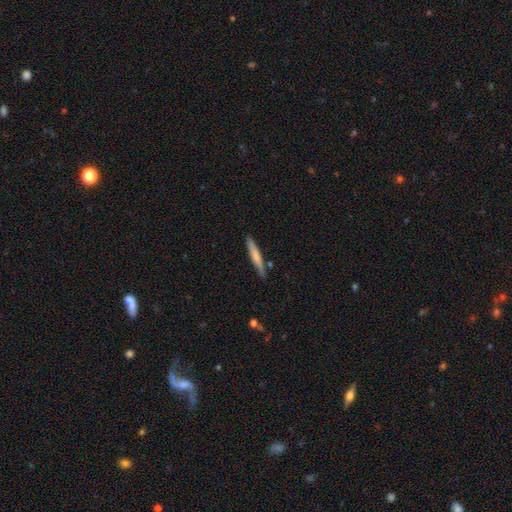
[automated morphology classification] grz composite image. It shows a smooth galaxy with no disk features (65%) that is cigar-shaped (94%). Merging: none (85%).